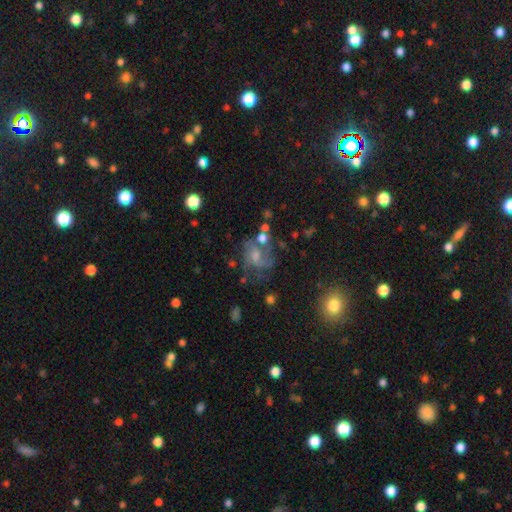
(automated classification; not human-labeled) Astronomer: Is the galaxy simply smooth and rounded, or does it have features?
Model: featured or disk — 55%.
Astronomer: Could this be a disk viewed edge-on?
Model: no — 97%.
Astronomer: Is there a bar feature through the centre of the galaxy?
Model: no — 63%.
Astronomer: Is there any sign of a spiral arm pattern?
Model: yes — 75%.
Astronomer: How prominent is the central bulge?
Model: moderate — 44% (runner-up: small, 39%).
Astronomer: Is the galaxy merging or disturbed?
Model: none — 50%.